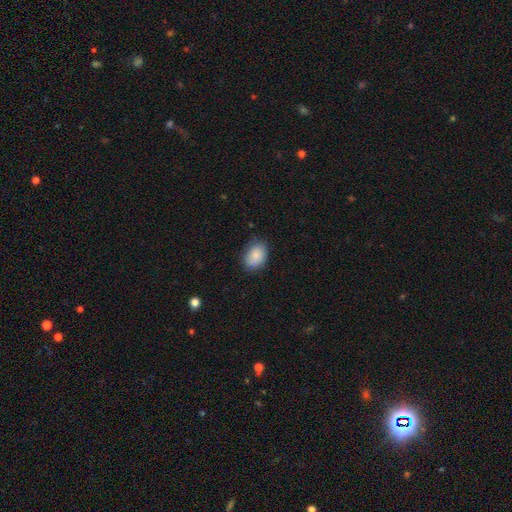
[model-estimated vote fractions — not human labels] The model was most divided on "how rounded": in between: 76%, round: 23%, cigar-shaped: 1%. More confident: smooth or featured — smooth (86%); merging — none (78%).